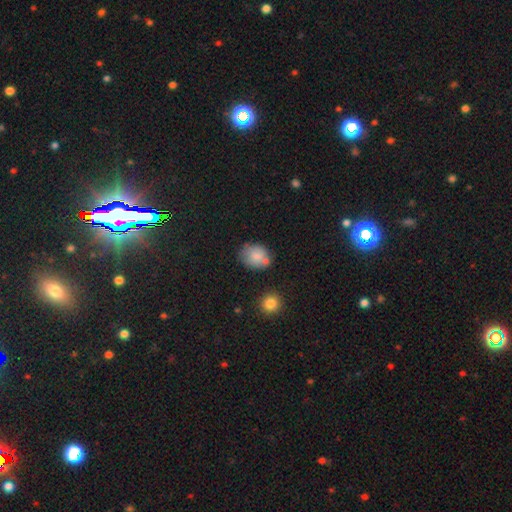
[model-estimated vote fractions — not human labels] Smooth or featured: smooth — 77% (featured or disk — 14%)
How rounded: in between — 54% (round — 45%)
Merging: none — 57% (minor disturbance — 23%)